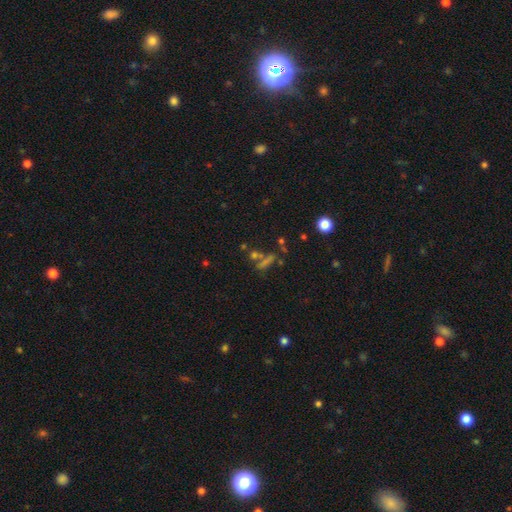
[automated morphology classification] This appears to be a star or artifact, not a galaxy (39%).